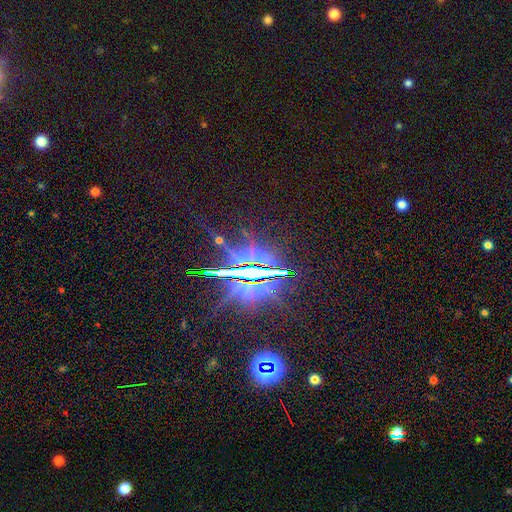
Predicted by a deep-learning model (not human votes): smooth-or-featured: star or artifact: 84% | featured or disk: 9% | smooth: 7%